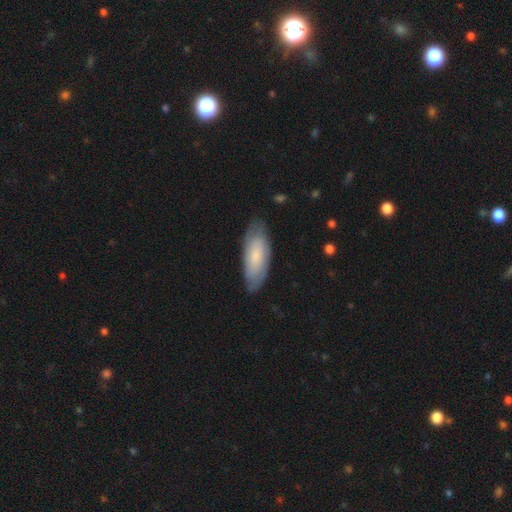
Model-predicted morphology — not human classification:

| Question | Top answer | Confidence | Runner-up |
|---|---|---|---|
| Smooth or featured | smooth | 67% | featured or disk (28%) |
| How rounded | in between | 75% | cigar-shaped (24%) |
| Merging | none | 78% | minor disturbance (17%) |